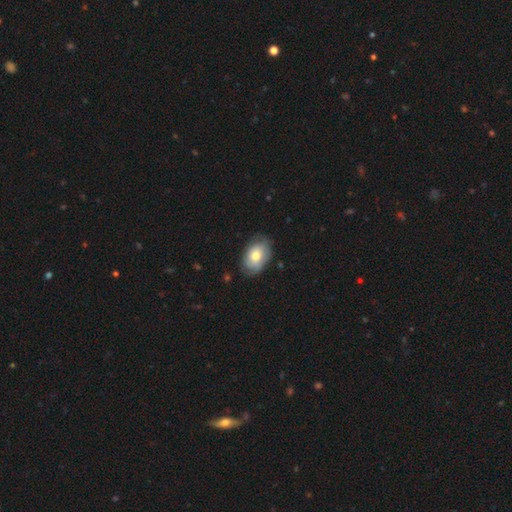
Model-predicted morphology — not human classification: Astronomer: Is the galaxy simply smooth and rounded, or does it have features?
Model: smooth — 62%.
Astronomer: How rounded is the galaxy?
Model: in between — 85%.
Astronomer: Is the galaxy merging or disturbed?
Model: none — 72%.